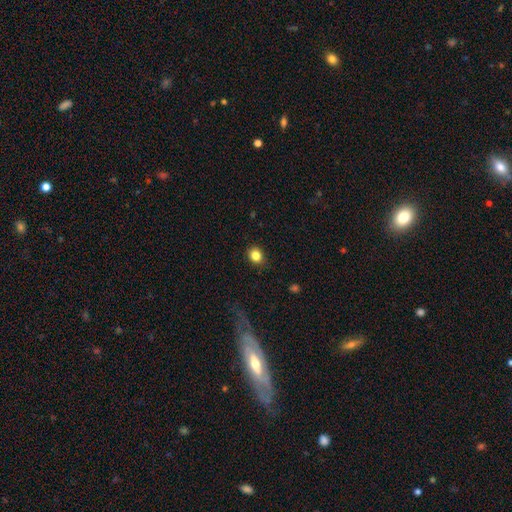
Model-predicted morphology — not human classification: smooth-or-featured: smooth: 83% | star or artifact: 11% | featured or disk: 6%
  how-rounded: round: 68% | in between: 31% | cigar-shaped: 1%
  merging: none: 88% | minor disturbance: 9% | major disturbance: 2% | merger: 1%